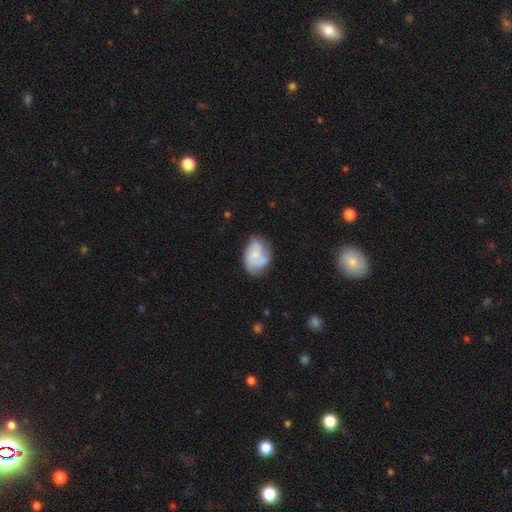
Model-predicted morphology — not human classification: Smooth or featured? featured or disk (48%)
Merging? none (49%)